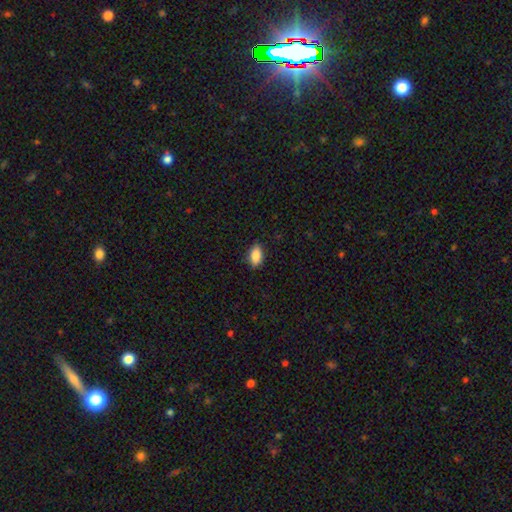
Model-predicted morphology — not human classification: Smooth or featured? Predicted: smooth (p=0.87). How rounded? Predicted: in between (p=0.91). Merging? Predicted: none (p=0.87).